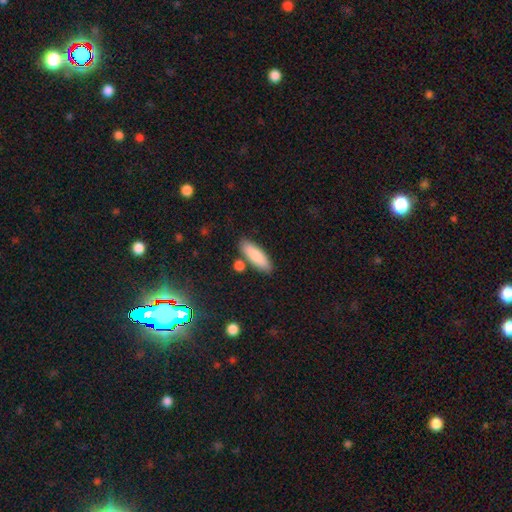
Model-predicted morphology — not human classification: The model was most divided on "how rounded": in between: 57%, cigar-shaped: 41%, round: 2%. More confident: smooth or featured — smooth (84%); merging — none (79%).